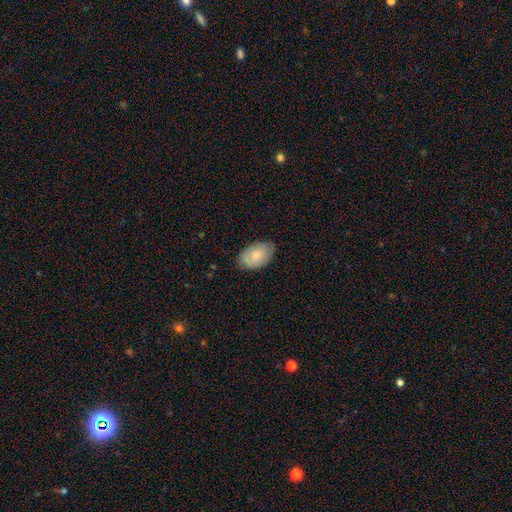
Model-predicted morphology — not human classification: Overall: smooth (70%). How rounded: in between (92%). Merging: none (77%).